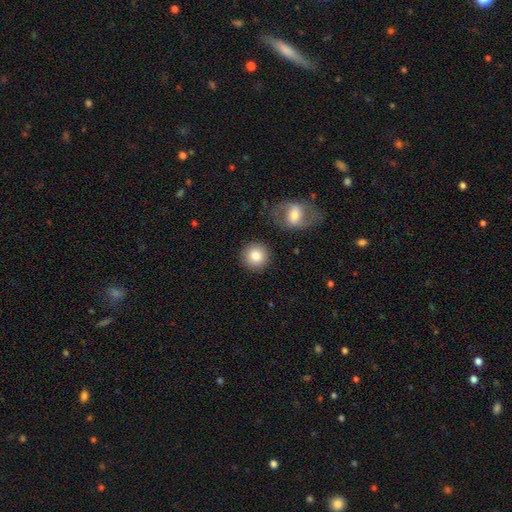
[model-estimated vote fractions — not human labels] Smooth or featured?
  - smooth: 83% *
  - featured or disk: 9%
  - star or artifact: 8%
How rounded?
  - round: 93% *
  - in between: 6%
  - cigar-shaped: 1%
Merging?
  - none: 86% *
  - minor disturbance: 7%
  - merger: 4%
  - major disturbance: 3%